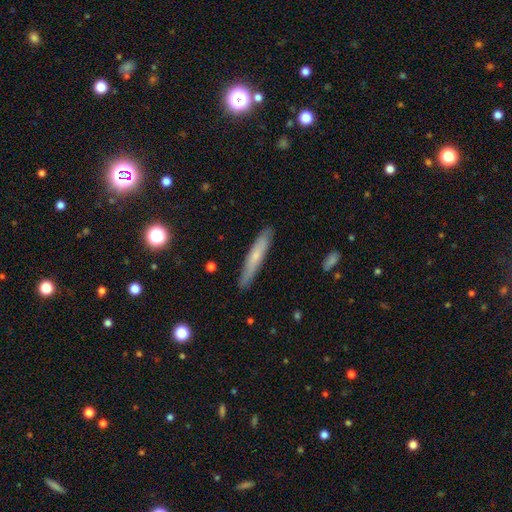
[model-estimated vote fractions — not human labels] Overall: smooth (57%; featured or disk 36%). How rounded: cigar-shaped (92%). Merging: none (86%).